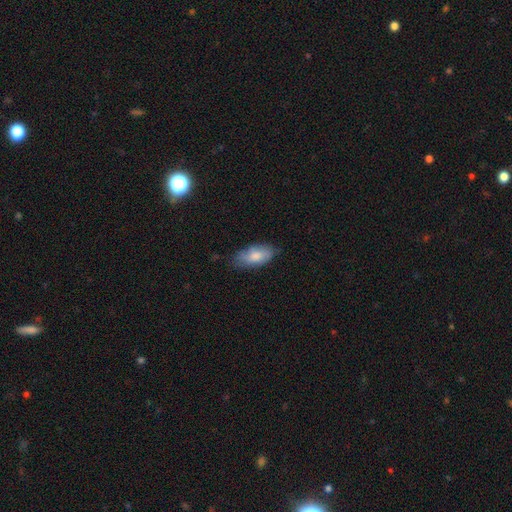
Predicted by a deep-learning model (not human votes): The model was most divided on "merging": none: 67%, minor disturbance: 26%, major disturbance: 6%, merger: 2%. More confident: how rounded — in between (89%); smooth or featured — smooth (75%).